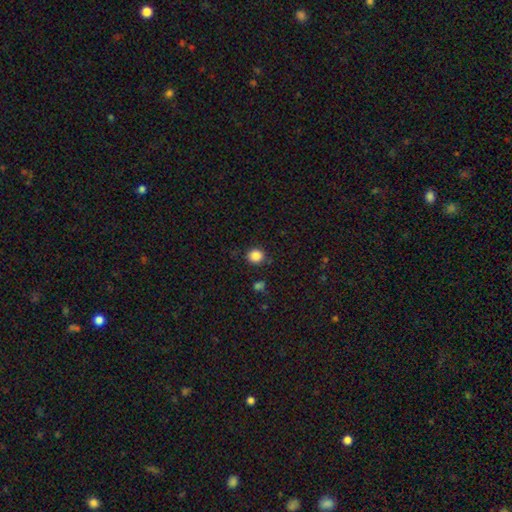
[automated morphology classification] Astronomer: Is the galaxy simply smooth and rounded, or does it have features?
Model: smooth — 86%.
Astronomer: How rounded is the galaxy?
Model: round — 86%.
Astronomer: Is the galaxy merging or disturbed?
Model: none — 87%.